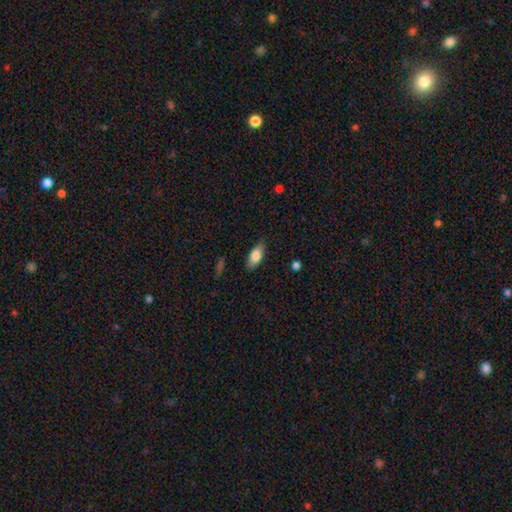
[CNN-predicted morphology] A smooth galaxy with no disk features (78%) that is in between round and cigar-shaped (84%). Merging: none (81%).